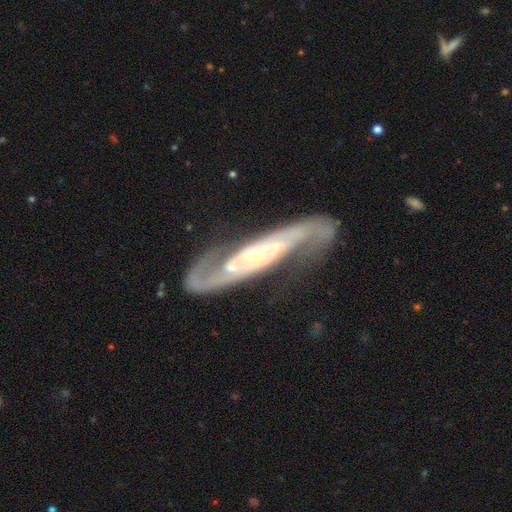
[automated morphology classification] Smooth or featured: featured or disk — 90% (smooth — 6%)
Edge-on disk: no — 85% (yes — 15%)
Bar: no — 51% (weak — 28%)
Spiral arms: yes — 96% (no — 4%)
Spiral winding: medium — 48% (tight — 31%)
Spiral arm count: 2 — 90% (can't tell — 5%)
Bulge size: small — 68% (moderate — 26%)
Merging: none — 73% (minor disturbance — 15%)